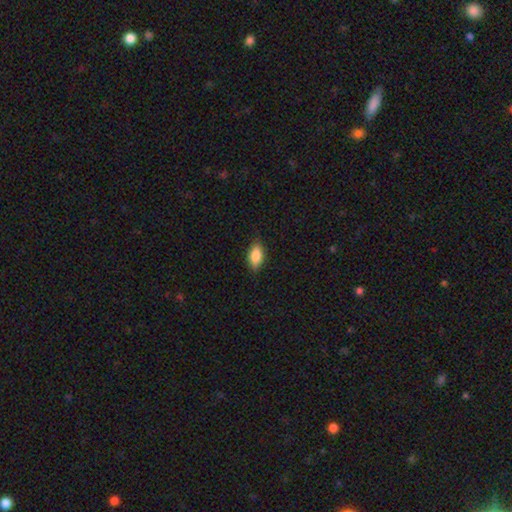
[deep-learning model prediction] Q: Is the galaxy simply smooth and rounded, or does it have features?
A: smooth — 83%.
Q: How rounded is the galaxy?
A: in between — 88%.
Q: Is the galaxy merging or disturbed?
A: none — 84%.